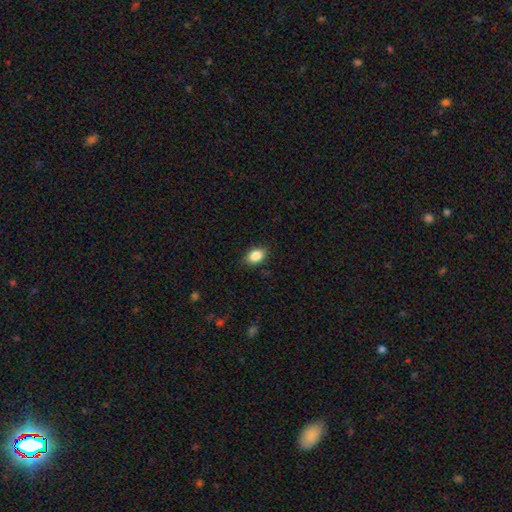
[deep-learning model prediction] Smooth or featured?
  - smooth: 88% *
  - star or artifact: 8%
  - featured or disk: 4%
How rounded?
  - in between: 82% *
  - round: 17%
  - cigar-shaped: 1%
Merging?
  - none: 87% *
  - minor disturbance: 10%
  - major disturbance: 2%
  - merger: 1%